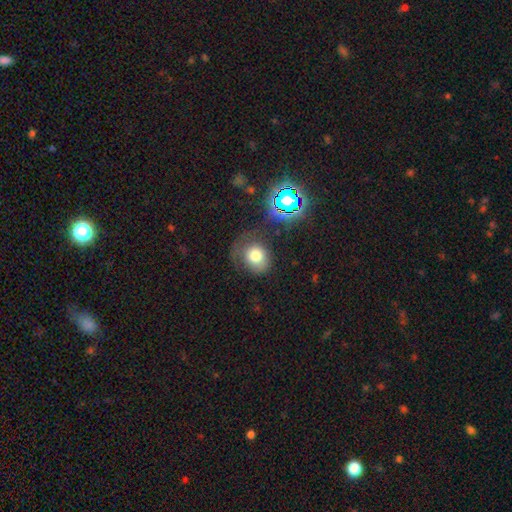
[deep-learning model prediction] Overall: smooth (72%). How rounded: round (67%; in between 32%). Merging: none (47%; minor disturbance 26%).